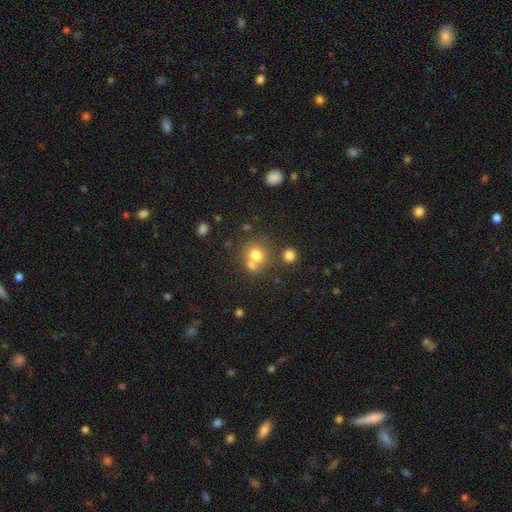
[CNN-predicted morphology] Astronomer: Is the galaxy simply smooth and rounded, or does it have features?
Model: smooth — 73%.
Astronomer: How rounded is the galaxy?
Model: round — 81%.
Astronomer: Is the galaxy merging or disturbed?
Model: none — 50% (runner-up: merger, 35%).